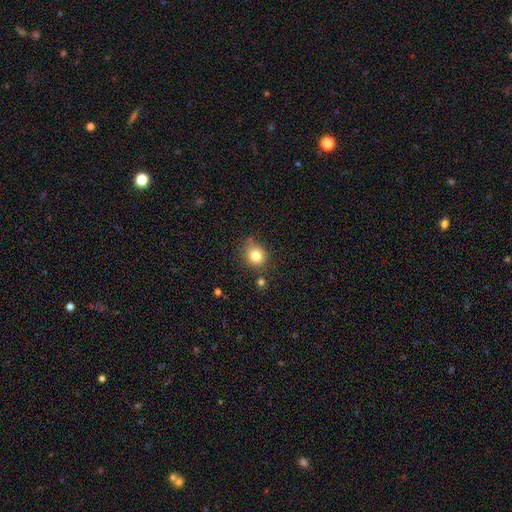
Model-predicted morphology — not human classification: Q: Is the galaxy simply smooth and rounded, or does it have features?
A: smooth — 81%.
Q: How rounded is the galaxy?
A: round — 75%.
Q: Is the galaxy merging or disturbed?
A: none — 75%.